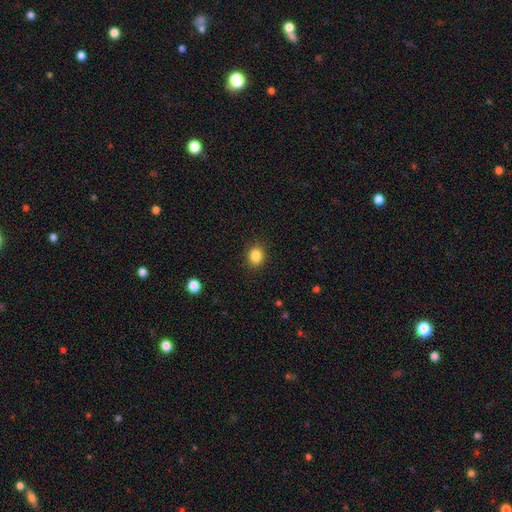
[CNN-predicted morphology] The model was most divided on "how rounded": round: 70%, in between: 29%, cigar-shaped: 1%. More confident: merging — none (89%); smooth or featured — smooth (85%).